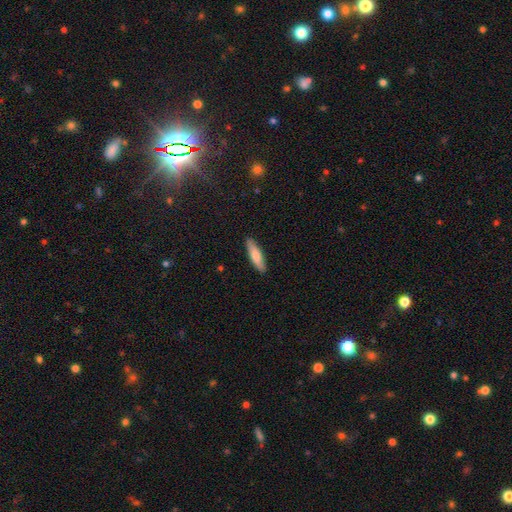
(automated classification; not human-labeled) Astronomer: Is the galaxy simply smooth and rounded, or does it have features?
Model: smooth — 77%.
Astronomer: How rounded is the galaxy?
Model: cigar-shaped — 68%.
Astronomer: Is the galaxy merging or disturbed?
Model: none — 88%.